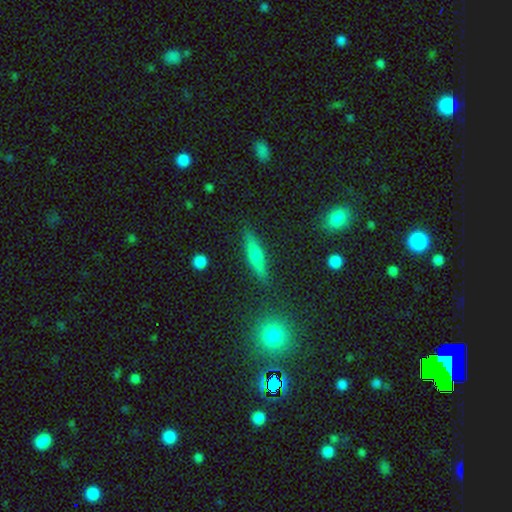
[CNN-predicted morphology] Q: Smooth or featured?
A: featured or disk (49%); runner-up: smooth (36%)
Q: Merging?
A: none (88%); runner-up: minor disturbance (8%)